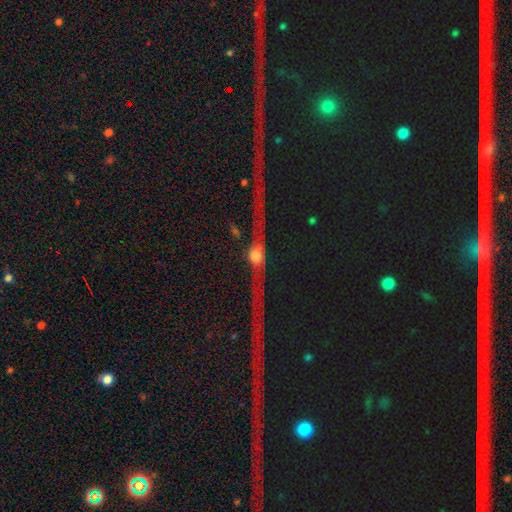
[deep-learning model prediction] Smooth or featured? featured or disk (61%)
Edge-on disk? yes (77%)
Merging? none (70%)